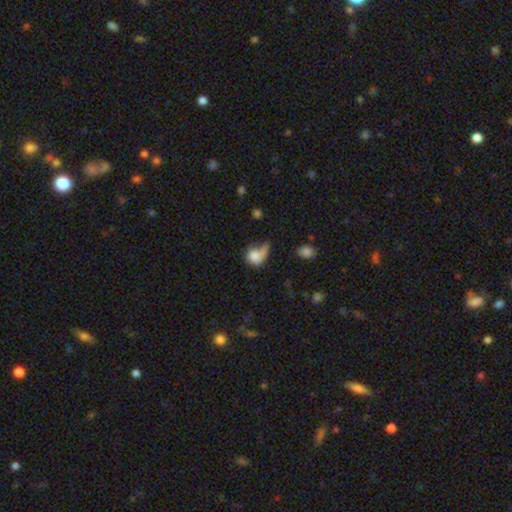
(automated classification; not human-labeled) smooth 73%, featured or disk 17%, star or artifact 9%. Down the decision tree: how rounded — round (55%); merging — major disturbance (37%).